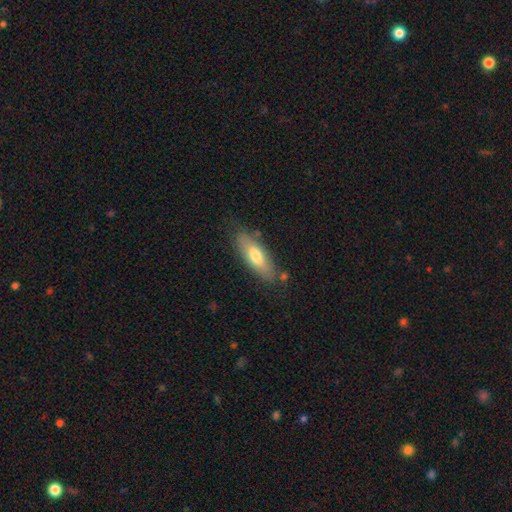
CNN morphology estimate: This appears to be a smooth galaxy with no disk features (67%) that is in between round and cigar-shaped (60%). Merging: none (77%).